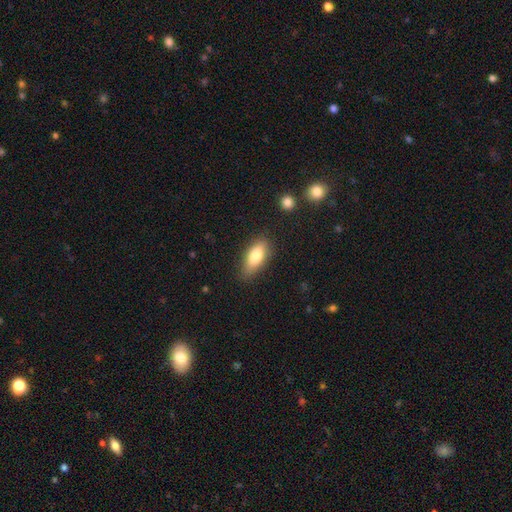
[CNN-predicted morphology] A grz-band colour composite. It shows a smooth galaxy with no disk features (78%) that is in between round and cigar-shaped (78%). Merging: none (80%).